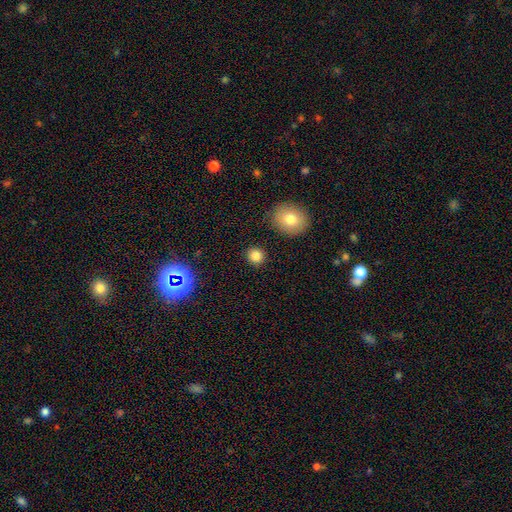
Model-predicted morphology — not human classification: Smooth or featured: smooth — 82% (star or artifact — 13%)
How rounded: round — 90% (in between — 9%)
Merging: none — 91% (minor disturbance — 5%)